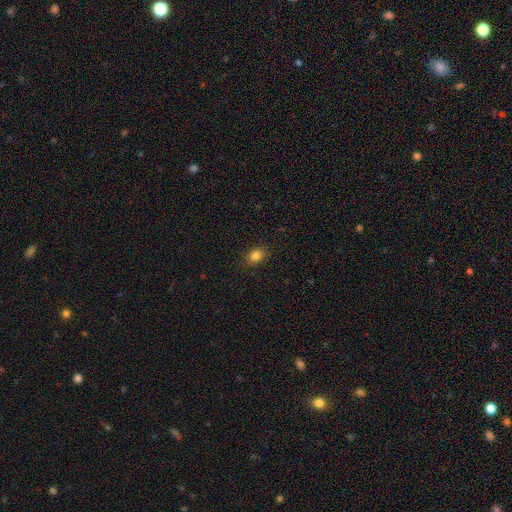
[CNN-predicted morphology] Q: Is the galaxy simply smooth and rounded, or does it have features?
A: smooth — 84%.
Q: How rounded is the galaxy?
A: in between — 56%.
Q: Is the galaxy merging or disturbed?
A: none — 89%.